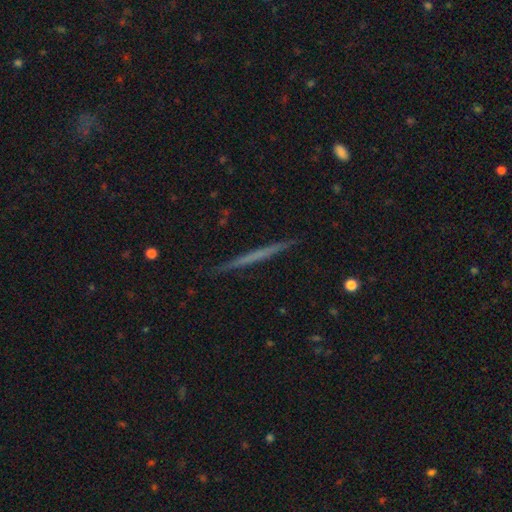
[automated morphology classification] A featured or disk galaxy (54%) viewed edge-on (98%) with no central bulge (92%).

Vote fractions:
- Smooth or featured? featured or disk: 54% / smooth: 40% / star or artifact: 6%
- Edge-on disk? yes: 98% / no: 2%
- Edge-on bulge? none: 92% / rounded: 5% / boxy: 3%
- Merging? none: 92% / minor disturbance: 6% / major disturbance: 1% / merger: 1%